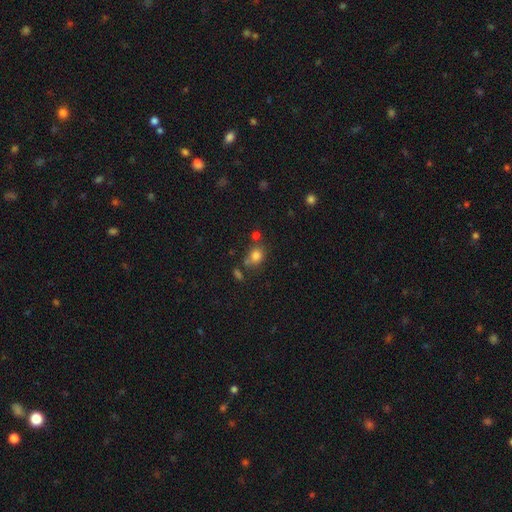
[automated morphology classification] smooth_or_featured: smooth (p=0.79) [alt: star or artifact p=0.13]
how_rounded: round (p=0.63) [alt: in between p=0.36]
merging: none (p=0.59) [alt: merger p=0.18]